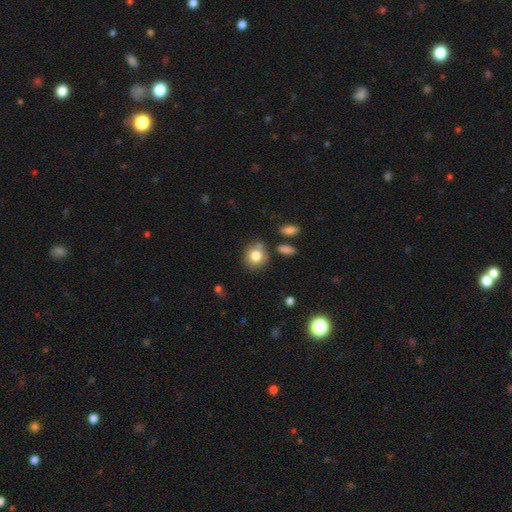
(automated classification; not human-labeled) Morphology: type=smooth (81%); roundness=round (82%); merging=none (74%).